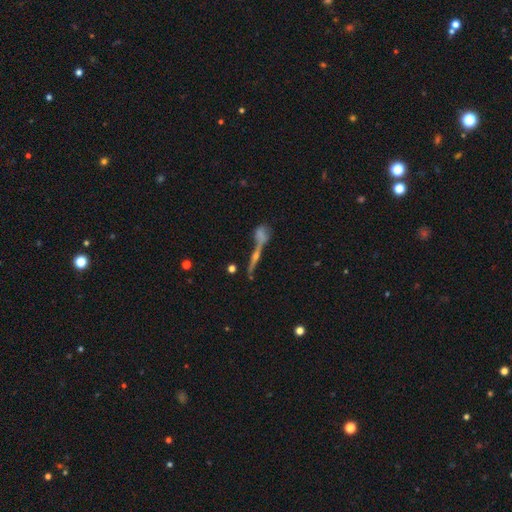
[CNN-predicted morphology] A smooth galaxy with no disk features (38%). Merging: none (44%).